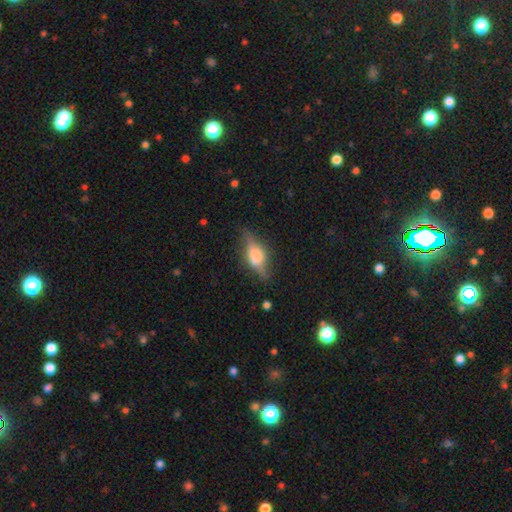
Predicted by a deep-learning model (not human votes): featured or disk 58%, smooth 34%, star or artifact 8%. Down the decision tree: edge-on disk — yes (91%); edge-on bulge — rounded (85%); merging — none (75%).